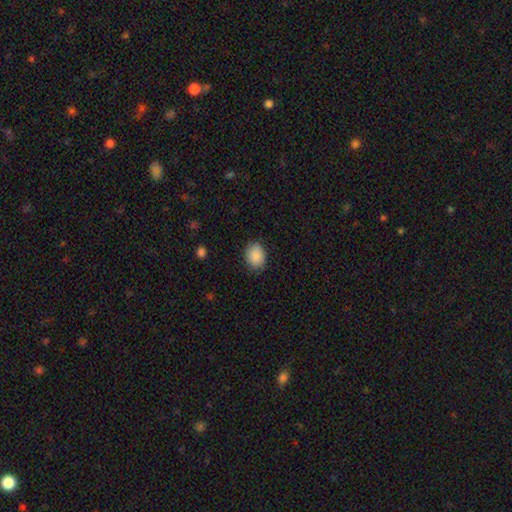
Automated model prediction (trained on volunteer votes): Smooth or featured: smooth — 88% (star or artifact — 7%)
How rounded: in between — 62% (round — 38%)
Merging: none — 81% (minor disturbance — 15%)